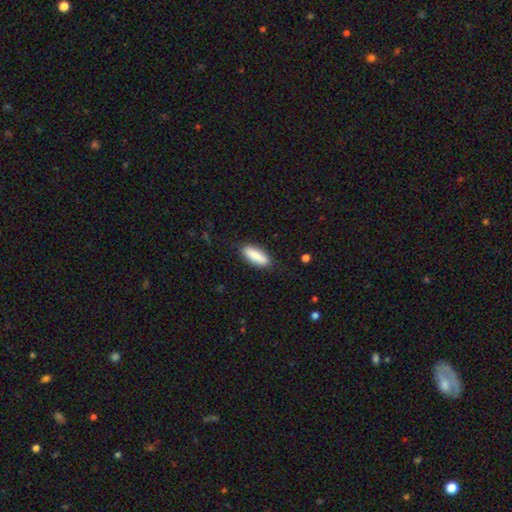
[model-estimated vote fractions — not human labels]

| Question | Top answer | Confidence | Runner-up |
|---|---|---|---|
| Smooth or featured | smooth | 86% | featured or disk (9%) |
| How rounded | in between | 60% | cigar-shaped (38%) |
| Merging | none | 85% | minor disturbance (11%) |